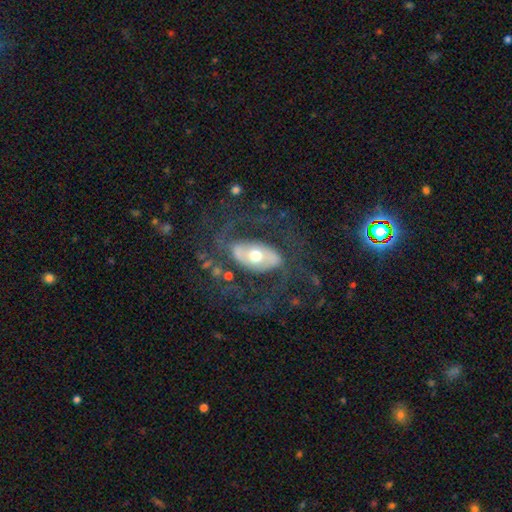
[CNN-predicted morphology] smooth-or-featured: featured or disk: 77% | smooth: 16% | star or artifact: 6%
  disk-edge-on: no: 94% | yes: 6%
    bar: no: 50% | weak: 27% | strong: 24%
    has-spiral-arms: yes: 82% | no: 18%
      spiral-winding: medium: 44% | loose: 36% | tight: 20%
      spiral-arm-count: 2: 78% | can't tell: 11% | 1: 4% | 3: 4% | 4: 2% | more than 4: 2%
    bulge-size: moderate: 69% | small: 16% | large: 12% | dominant: 2% | none: 1%
  merging: none: 63% | major disturbance: 20% | minor disturbance: 15% | merger: 3%